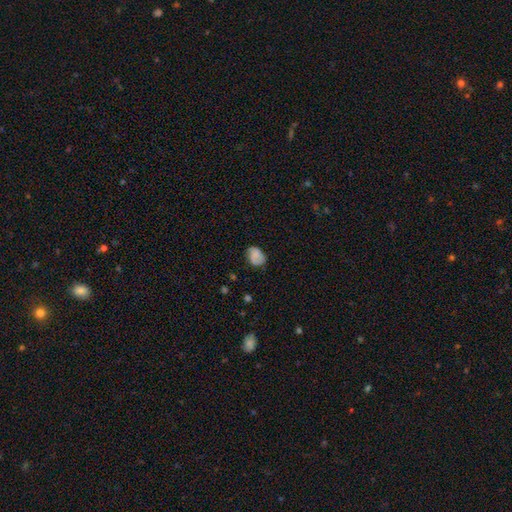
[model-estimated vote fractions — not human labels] smooth 67%, featured or disk 24%, star or artifact 9%. Down the decision tree: how rounded — in between (64%); merging — none (69%).